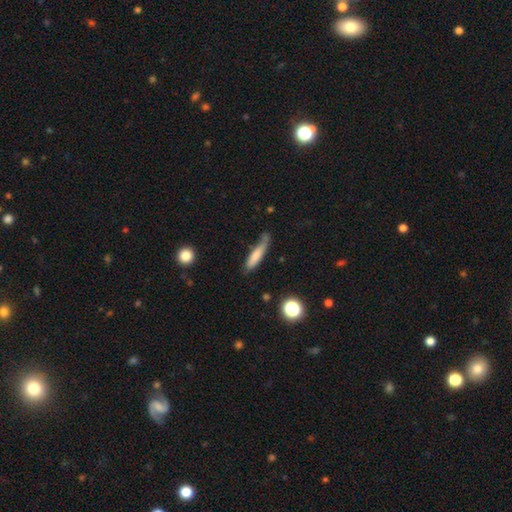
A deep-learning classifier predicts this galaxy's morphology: A smooth galaxy with no disk features (74%) that is cigar-shaped (81%). Merging: none (52%).